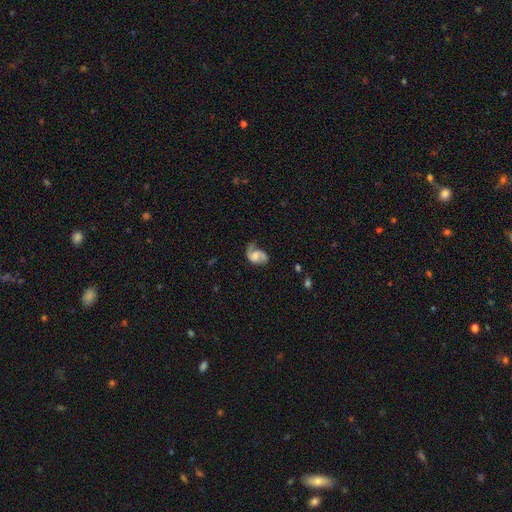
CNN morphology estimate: Smooth or featured: featured or disk — 73% (smooth — 19%)
Edge-on disk: no — 98% (yes — 2%)
Bar: no — 52% (weak — 39%)
Spiral arms: yes — 93% (no — 7%)
Spiral winding: loose — 46% (medium — 41%)
Spiral arm count: 2 — 77% (1 — 16%)
Bulge size: moderate — 31% (none — 28%)
Merging: none — 51% (minor disturbance — 26%)